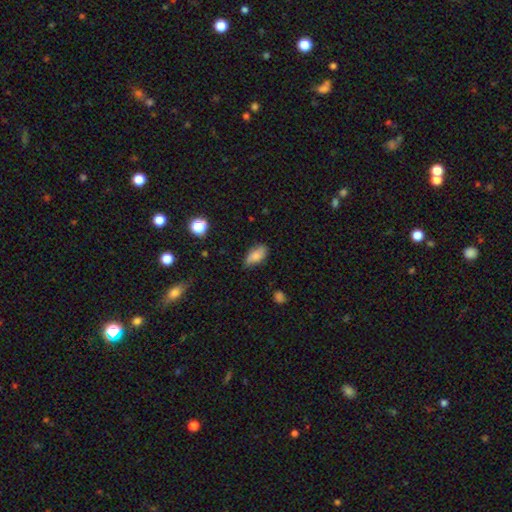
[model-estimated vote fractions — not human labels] smooth-or-featured: smooth: 81% | featured or disk: 11% | star or artifact: 8%
  how-rounded: in between: 89% | cigar-shaped: 7% | round: 4%
  merging: none: 72% | minor disturbance: 23% | major disturbance: 4% | merger: 1%